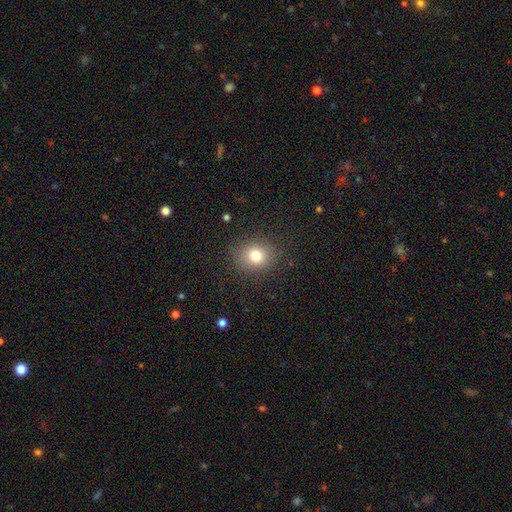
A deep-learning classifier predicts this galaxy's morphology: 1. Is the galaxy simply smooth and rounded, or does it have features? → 79% smooth, 13% star or artifact, 8% featured or disk.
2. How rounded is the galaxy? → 77% round, 22% in between, 1% cigar-shaped.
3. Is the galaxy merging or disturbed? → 86% none, 9% minor disturbance, 4% major disturbance, 1% merger.